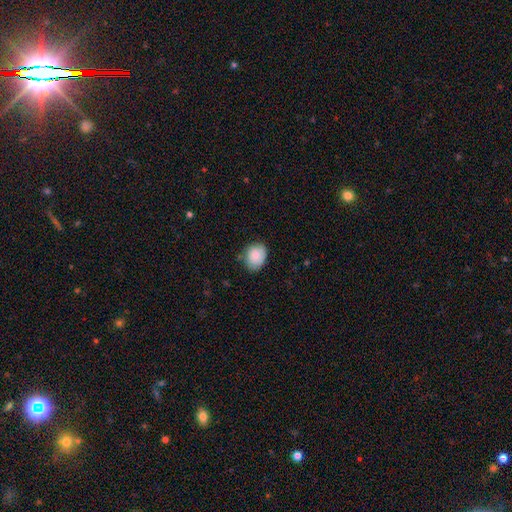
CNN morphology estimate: smooth_or_featured: smooth (p=0.86) [alt: star or artifact p=0.08]
how_rounded: in between (p=0.53) [alt: round p=0.46]
merging: none (p=0.74) [alt: minor disturbance p=0.20]